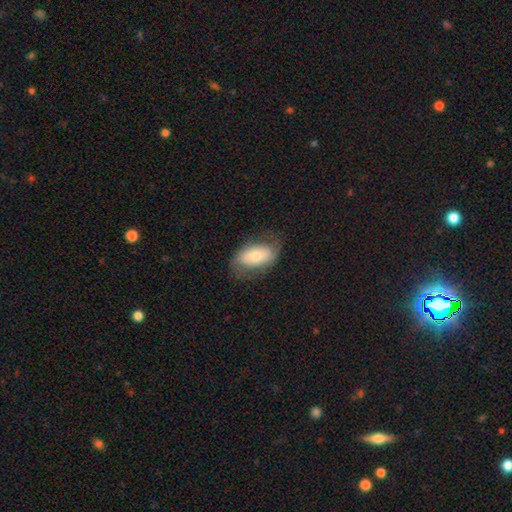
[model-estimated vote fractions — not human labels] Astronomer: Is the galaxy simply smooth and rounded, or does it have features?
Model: smooth — 53% (runner-up: featured or disk, 40%).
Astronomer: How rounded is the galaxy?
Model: in between — 91%.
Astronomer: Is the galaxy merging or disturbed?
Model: none — 68%.